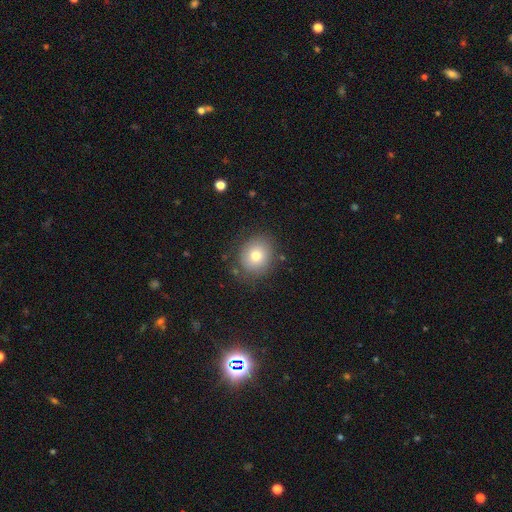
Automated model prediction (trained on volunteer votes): Overall: smooth (75%). How rounded: round (75%). Merging: none (80%).